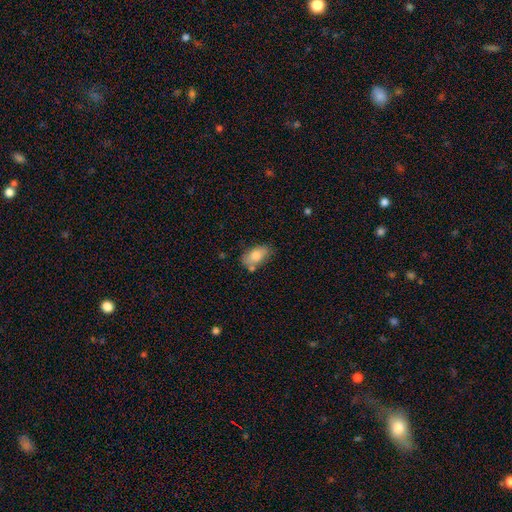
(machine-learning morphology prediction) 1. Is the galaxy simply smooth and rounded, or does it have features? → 79% smooth, 14% featured or disk, 7% star or artifact.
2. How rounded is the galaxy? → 91% in between, 6% round, 3% cigar-shaped.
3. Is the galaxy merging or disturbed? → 63% none, 22% minor disturbance, 10% merger, 5% major disturbance.